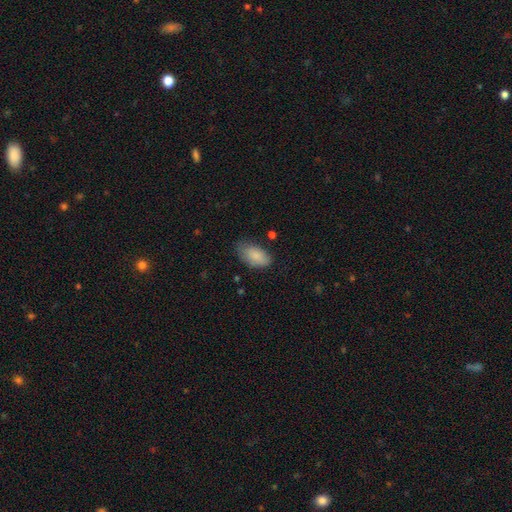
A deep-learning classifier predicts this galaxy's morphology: This appears to be a smooth galaxy with no disk features (87%) that is in between round and cigar-shaped (93%). Merging: none (65%).